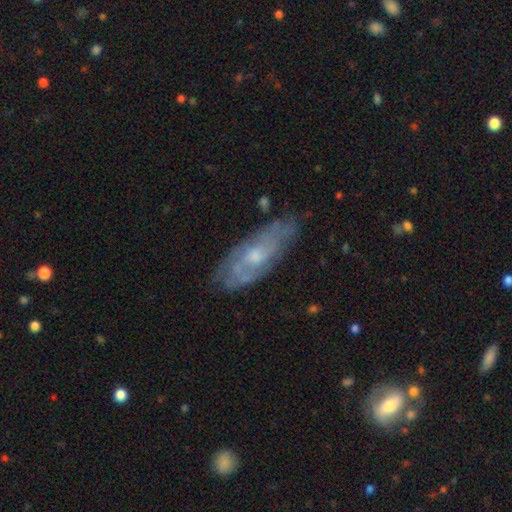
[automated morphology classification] A featured or disk galaxy (66%) with no bar (74%), spiral arms (67%) and a moderate central bulge (51%). Merging: none (68%).